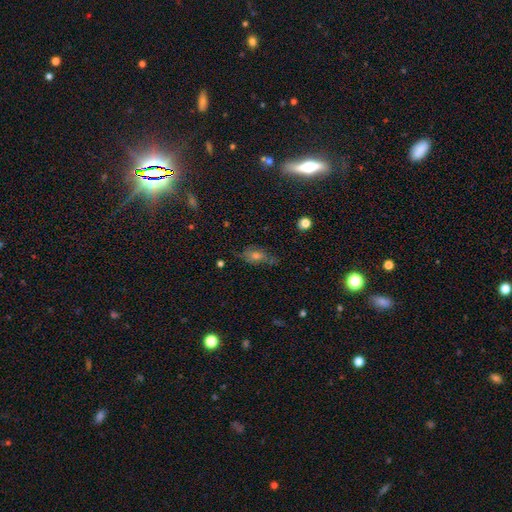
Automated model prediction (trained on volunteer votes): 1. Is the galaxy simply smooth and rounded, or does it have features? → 41% smooth, 34% featured or disk, 25% star or artifact.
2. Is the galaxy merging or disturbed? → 67% none, 22% minor disturbance, 9% major disturbance, 3% merger.